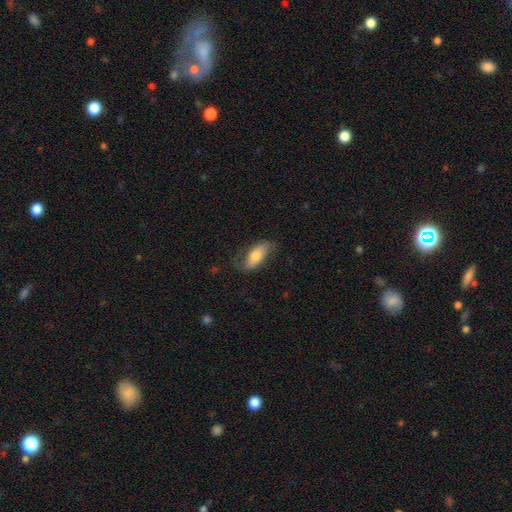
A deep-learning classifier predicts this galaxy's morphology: Smooth or featured?
  - smooth: 63% *
  - featured or disk: 30%
  - star or artifact: 6%
How rounded?
  - in between: 82% *
  - cigar-shaped: 14%
  - round: 3%
Merging?
  - none: 67% *
  - minor disturbance: 23%
  - major disturbance: 9%
  - merger: 1%